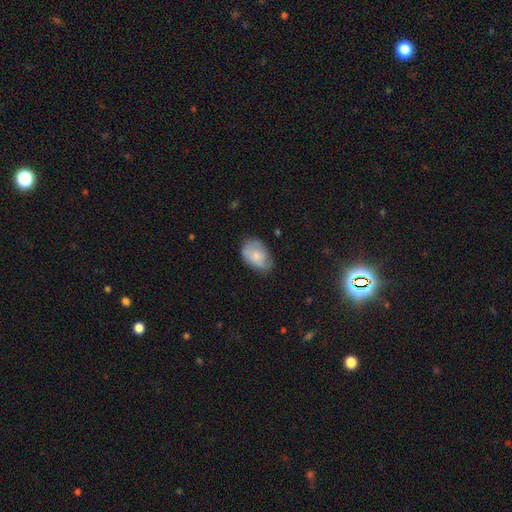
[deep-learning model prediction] Smooth or featured: smooth — 71% (featured or disk — 22%)
How rounded: in between — 84% (round — 14%)
Merging: none — 60% (minor disturbance — 30%)